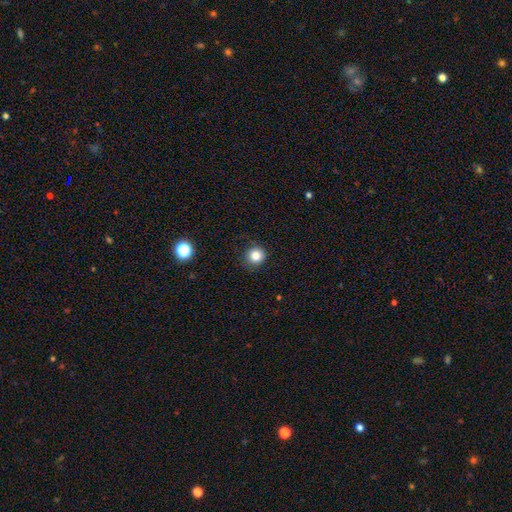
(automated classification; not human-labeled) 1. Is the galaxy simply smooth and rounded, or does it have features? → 83% smooth, 12% star or artifact, 6% featured or disk.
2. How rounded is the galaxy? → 92% round, 7% in between, 1% cigar-shaped.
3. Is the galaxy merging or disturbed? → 87% none, 9% minor disturbance, 3% major disturbance, 1% merger.